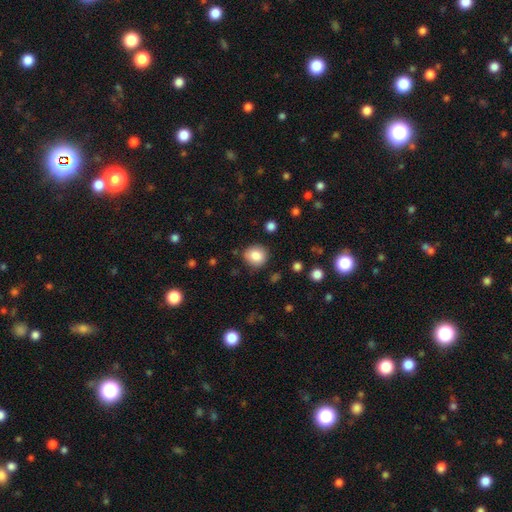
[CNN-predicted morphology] smooth-or-featured: smooth: 85% | star or artifact: 9% | featured or disk: 6%
  how-rounded: round: 84% | in between: 15% | cigar-shaped: 1%
  merging: none: 84% | minor disturbance: 11% | major disturbance: 3% | merger: 2%